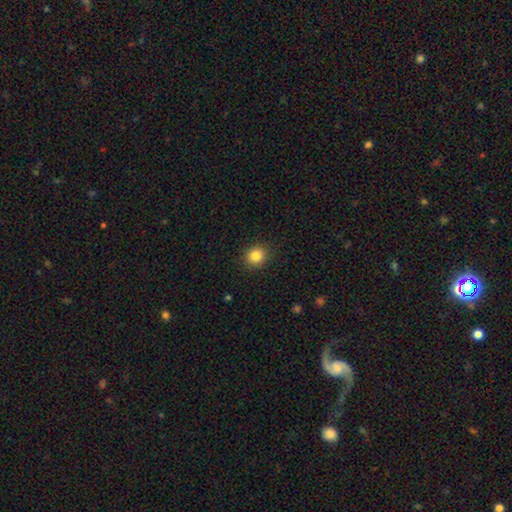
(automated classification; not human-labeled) The model was most divided on "how rounded": round: 79%, in between: 20%, cigar-shaped: 1%. More confident: merging — none (90%); smooth or featured — smooth (85%).